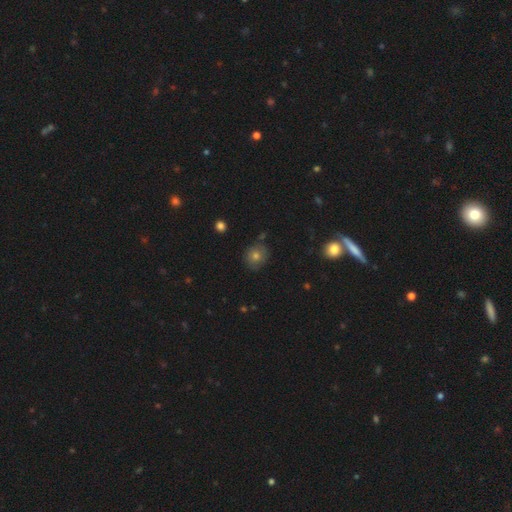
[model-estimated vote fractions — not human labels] Q: Smooth or featured?
A: smooth (72%); runner-up: star or artifact (15%)
Q: How rounded?
A: round (83%); runner-up: in between (16%)
Q: Merging?
A: none (83%); runner-up: minor disturbance (12%)